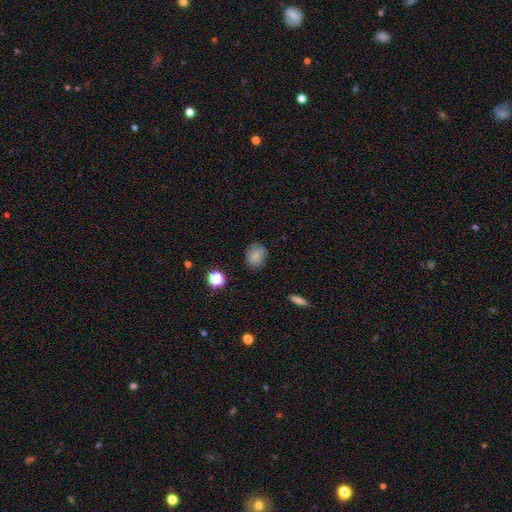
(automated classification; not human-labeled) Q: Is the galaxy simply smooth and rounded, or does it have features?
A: smooth — 83%.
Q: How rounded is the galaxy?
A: round — 54%.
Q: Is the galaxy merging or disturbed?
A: none — 82%.